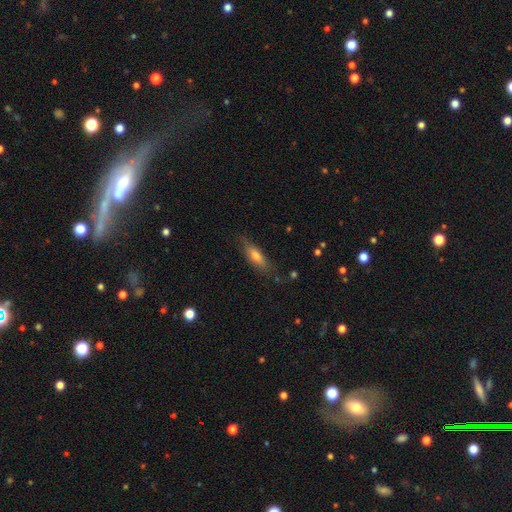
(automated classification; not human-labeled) Smooth or featured: smooth — 60% (featured or disk — 33%)
How rounded: cigar-shaped — 55% (in between — 43%)
Merging: none — 74% (minor disturbance — 19%)